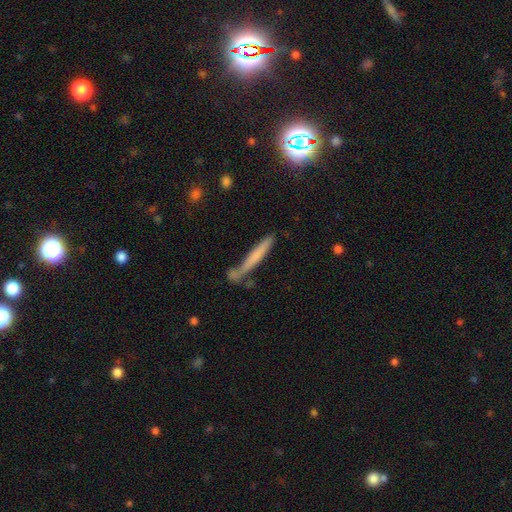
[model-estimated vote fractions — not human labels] This is possibly a smooth galaxy (59%). How rounded: clearly cigar-shaped (95%). Merging: likely none (62%).